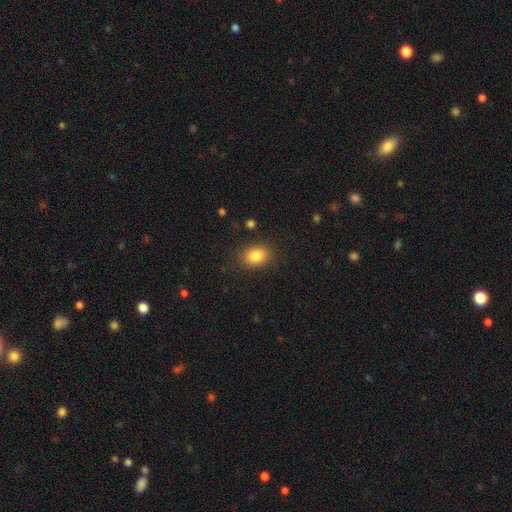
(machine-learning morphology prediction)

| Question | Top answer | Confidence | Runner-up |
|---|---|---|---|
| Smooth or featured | smooth | 84% | star or artifact (9%) |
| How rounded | in between | 66% | round (33%) |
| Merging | none | 84% | minor disturbance (11%) |